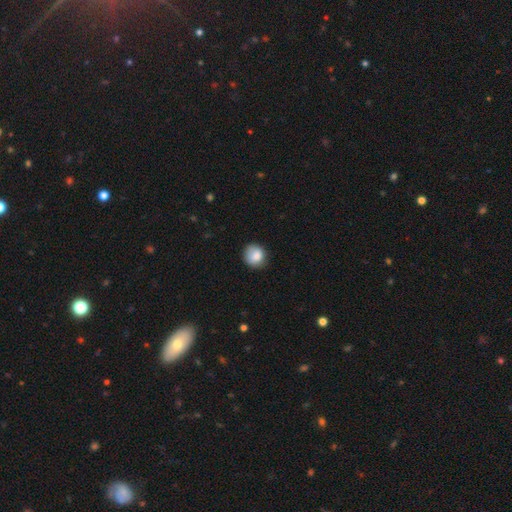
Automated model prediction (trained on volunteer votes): smooth-or-featured: smooth: 84% | star or artifact: 9% | featured or disk: 8%
  how-rounded: round: 82% | in between: 17% | cigar-shaped: 1%
  merging: none: 74% | minor disturbance: 20% | major disturbance: 5% | merger: 1%